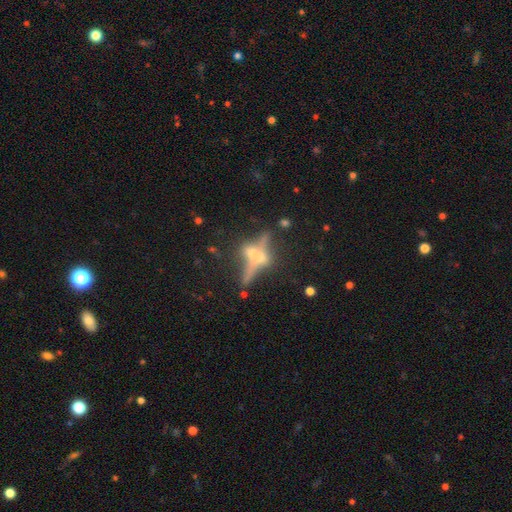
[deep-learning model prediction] featured or disk 58%, smooth 28%, star or artifact 15%. Down the decision tree: edge-on disk — yes (72%); merging — none (45%).